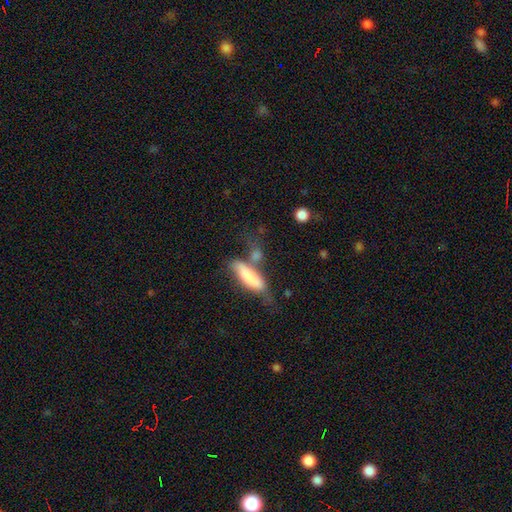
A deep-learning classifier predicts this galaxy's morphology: Q: Smooth or featured?
A: smooth (74%); runner-up: featured or disk (19%)
Q: How rounded?
A: cigar-shaped (57%); runner-up: in between (40%)
Q: Merging?
A: none (39%); runner-up: merger (27%)